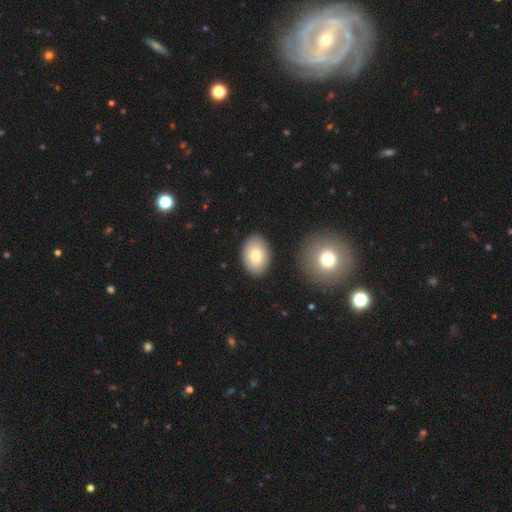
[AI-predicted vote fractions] Smooth or featured? Predicted: smooth (p=0.77). How rounded? Predicted: in between (p=0.83). Merging? Predicted: none (p=0.86).